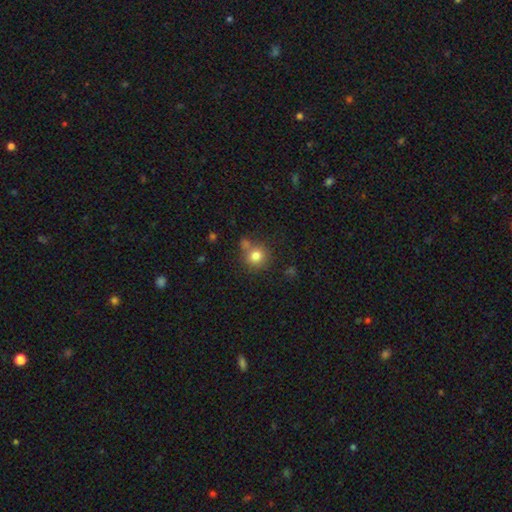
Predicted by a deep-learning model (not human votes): Smooth or featured?
  - smooth: 80% *
  - star or artifact: 12%
  - featured or disk: 8%
How rounded?
  - round: 89% *
  - in between: 10%
  - cigar-shaped: 1%
Merging?
  - none: 66% *
  - merger: 18%
  - minor disturbance: 12%
  - major disturbance: 4%